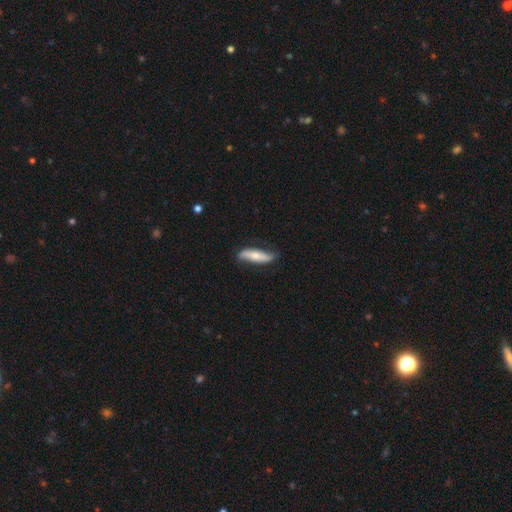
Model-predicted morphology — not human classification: Smooth or featured? featured or disk (51%)
Edge-on disk? no (56%)
Merging? none (71%)